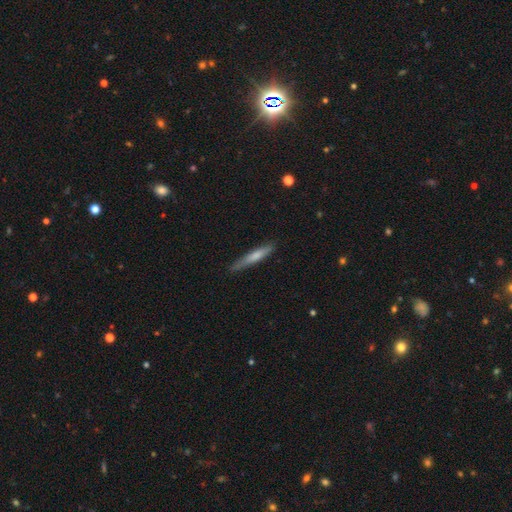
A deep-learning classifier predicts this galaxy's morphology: This appears to be a smooth galaxy with no disk features (65%) that is cigar-shaped (93%). Merging: none (80%).